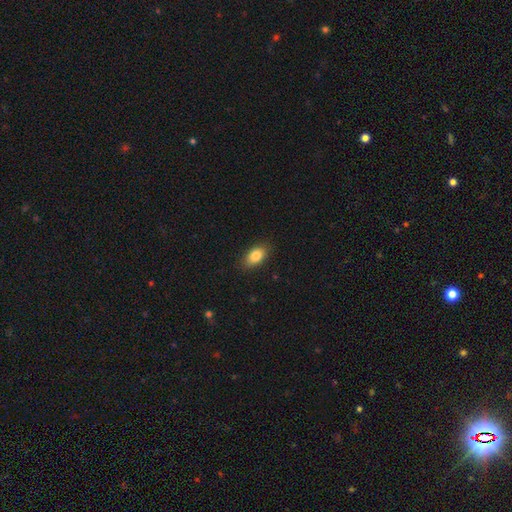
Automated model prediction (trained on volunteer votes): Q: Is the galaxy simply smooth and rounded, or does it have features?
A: smooth — 84%.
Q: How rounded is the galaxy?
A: in between — 90%.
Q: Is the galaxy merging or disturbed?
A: none — 86%.